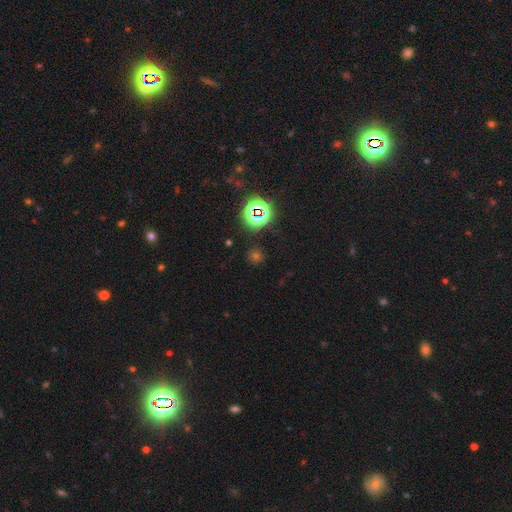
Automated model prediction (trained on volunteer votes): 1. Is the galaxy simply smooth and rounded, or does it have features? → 55% star or artifact, 39% smooth, 7% featured or disk.